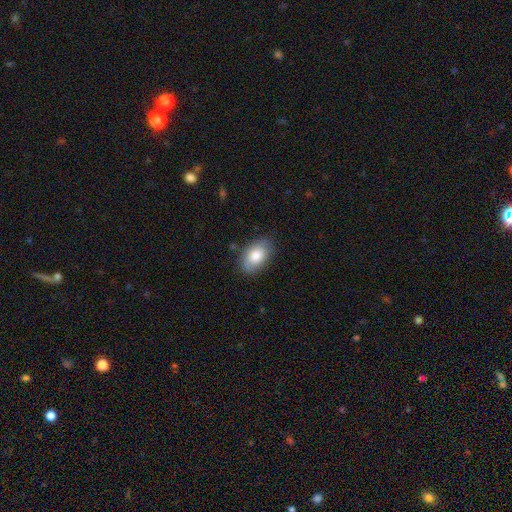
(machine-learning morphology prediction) type=smooth (79%); roundness=in between (91%); merging=none (79%).